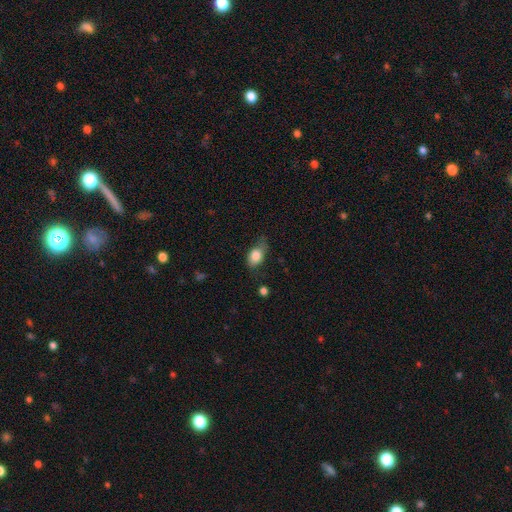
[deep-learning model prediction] This is clearly a smooth galaxy (81%). How rounded: clearly in between (80%). Merging: possibly none (49%).